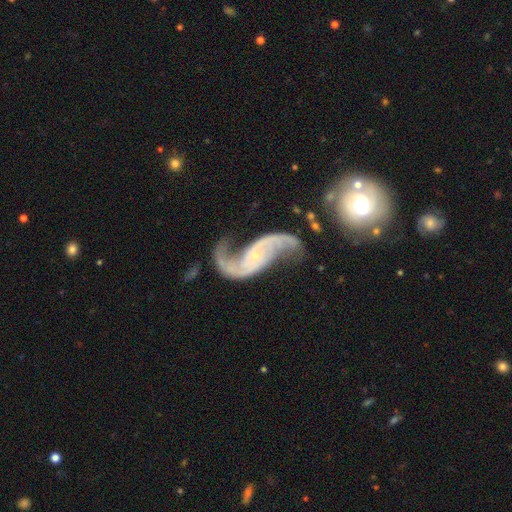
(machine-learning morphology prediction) A featured or disk galaxy (91%) with no bar (58%), 2 (93%) loose (75%) spiral arms (96%) and a small central bulge (79%). Merging: none (49%).